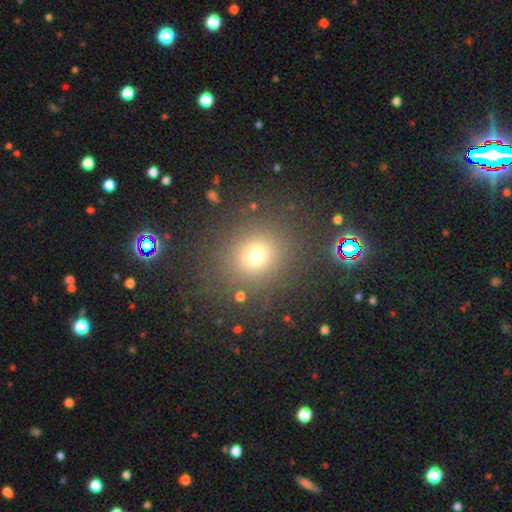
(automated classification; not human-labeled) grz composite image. It shows a smooth galaxy with no disk features (71%) that is round (83%). Merging: none (83%).